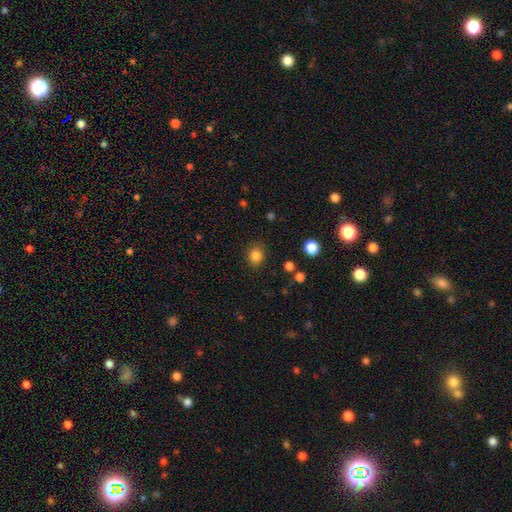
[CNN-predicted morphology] smooth-or-featured: smooth: 84% | star or artifact: 12% | featured or disk: 4%
  how-rounded: round: 77% | in between: 22% | cigar-shaped: 1%
  merging: none: 86% | minor disturbance: 9% | major disturbance: 3% | merger: 2%